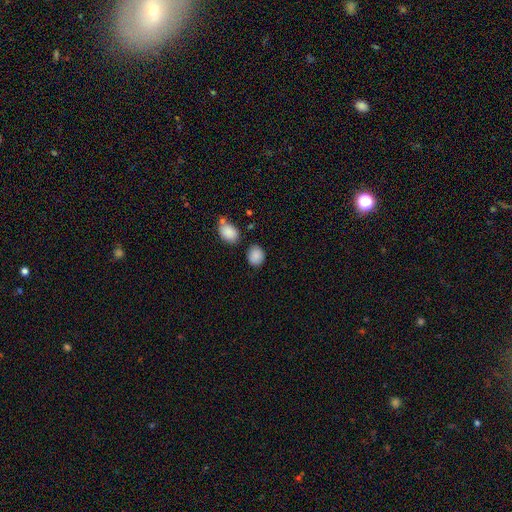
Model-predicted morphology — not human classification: This is clearly a smooth galaxy (87%). How rounded: likely round (64%). Merging: likely none (78%).